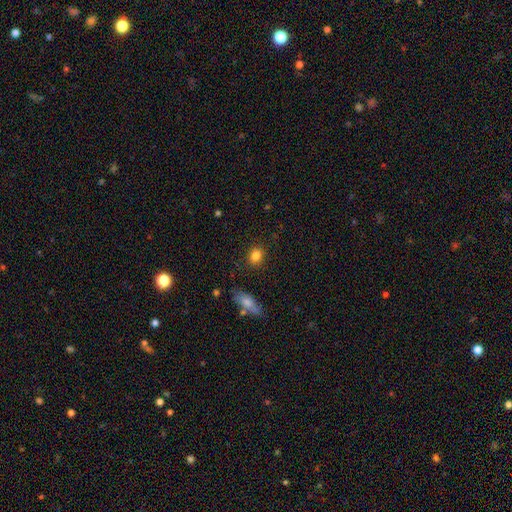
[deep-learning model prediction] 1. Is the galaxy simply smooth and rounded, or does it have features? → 84% smooth, 10% star or artifact, 6% featured or disk.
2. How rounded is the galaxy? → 64% round, 34% in between, 2% cigar-shaped.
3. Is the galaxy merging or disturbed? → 87% none, 8% minor disturbance, 3% major disturbance, 2% merger.